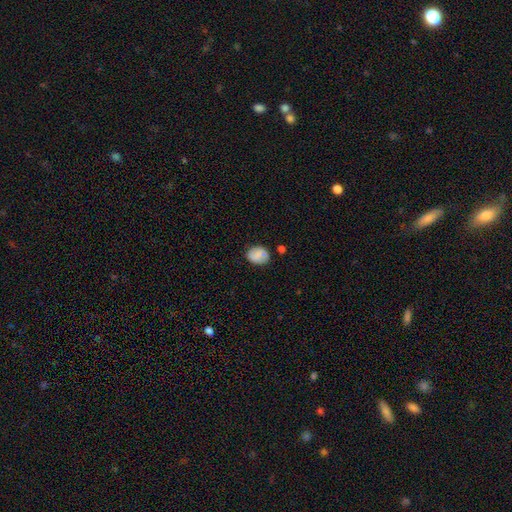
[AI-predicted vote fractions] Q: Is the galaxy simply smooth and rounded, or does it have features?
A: smooth — 81%.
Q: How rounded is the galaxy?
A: in between — 60%.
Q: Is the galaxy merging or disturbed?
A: none — 74%.